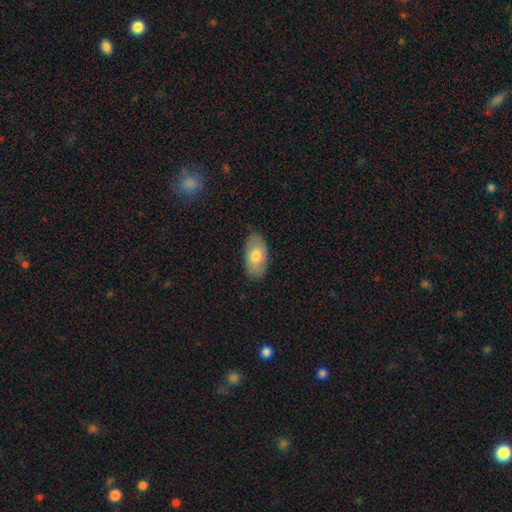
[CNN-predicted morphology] This is likely a smooth galaxy (71%). How rounded: clearly in between (94%). Merging: clearly none (80%).